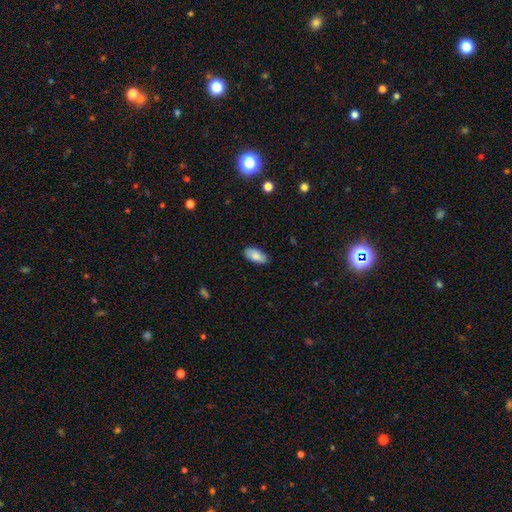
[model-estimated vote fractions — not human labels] Smooth or featured?
  - smooth: 85% *
  - featured or disk: 8%
  - star or artifact: 6%
How rounded?
  - in between: 93% *
  - cigar-shaped: 4%
  - round: 2%
Merging?
  - none: 86% *
  - minor disturbance: 11%
  - major disturbance: 2%
  - merger: 1%